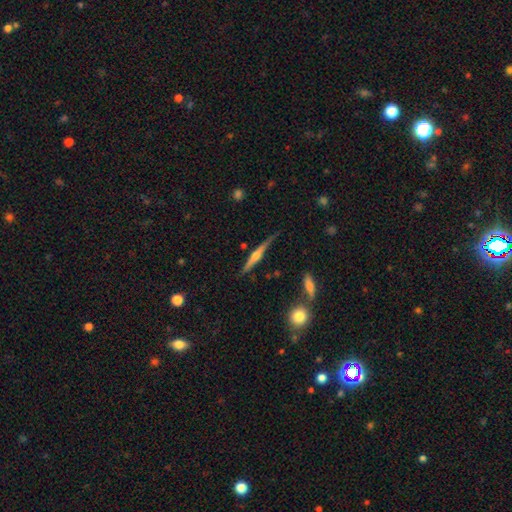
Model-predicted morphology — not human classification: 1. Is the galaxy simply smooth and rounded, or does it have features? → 73% featured or disk, 21% smooth, 6% star or artifact.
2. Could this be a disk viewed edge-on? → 98% yes, 2% no.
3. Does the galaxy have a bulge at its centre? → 89% rounded, 6% none, 5% boxy.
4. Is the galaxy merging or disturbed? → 80% none, 14% minor disturbance, 3% merger, 3% major disturbance.